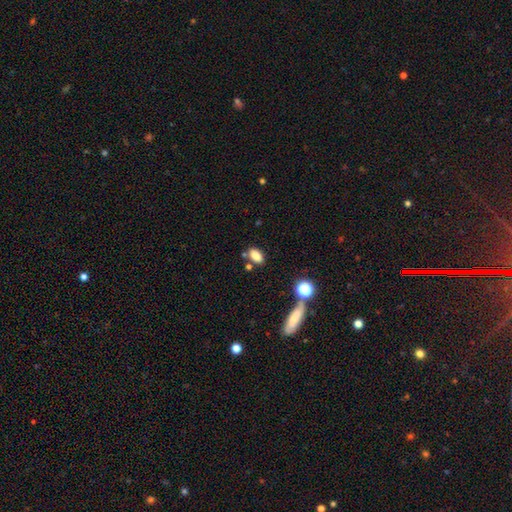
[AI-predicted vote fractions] Smooth or featured? Predicted: smooth (p=0.82). How rounded? Predicted: in between (p=0.86). Merging? Predicted: none (p=0.72).